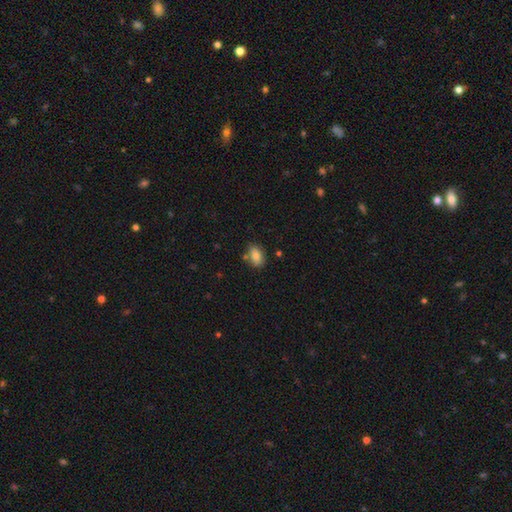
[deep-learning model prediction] Smooth or featured?
  - smooth: 80% *
  - featured or disk: 11%
  - star or artifact: 9%
How rounded?
  - in between: 85% *
  - round: 12%
  - cigar-shaped: 2%
Merging?
  - none: 72% *
  - minor disturbance: 16%
  - merger: 9%
  - major disturbance: 3%